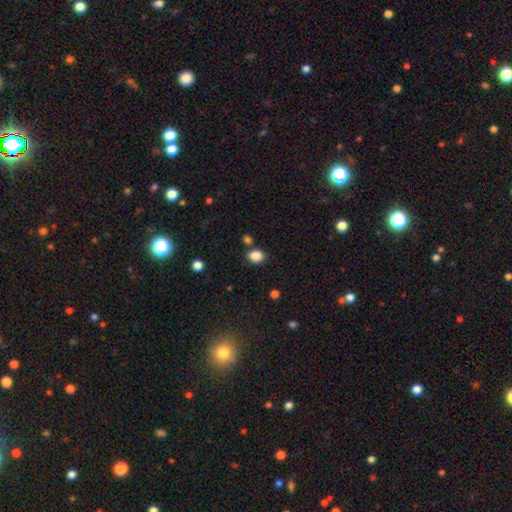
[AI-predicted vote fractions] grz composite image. It shows a smooth galaxy with no disk features (86%) that is round (56%). Merging: none (76%).